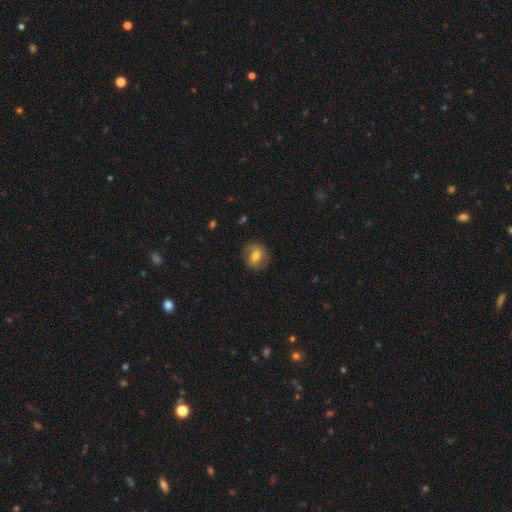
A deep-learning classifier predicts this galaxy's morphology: Overall: smooth (56%; featured or disk 35%). How rounded: round (66%; in between 32%). Merging: none (78%).